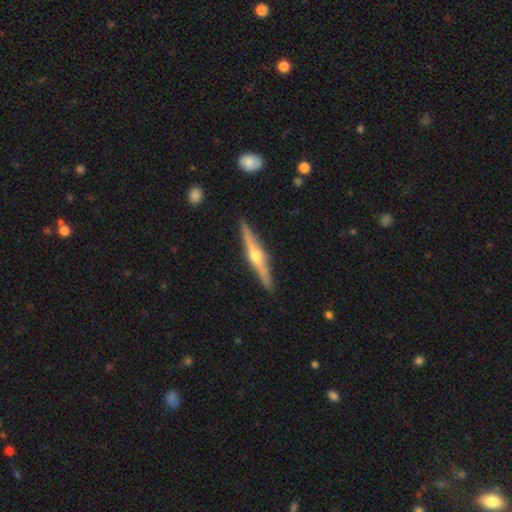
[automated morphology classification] Q: Smooth or featured?
A: featured or disk (79%); runner-up: smooth (16%)
Q: Edge-on disk?
A: yes (98%); runner-up: no (2%)
Q: Edge-on bulge?
A: rounded (92%); runner-up: boxy (4%)
Q: Merging?
A: none (90%); runner-up: minor disturbance (7%)